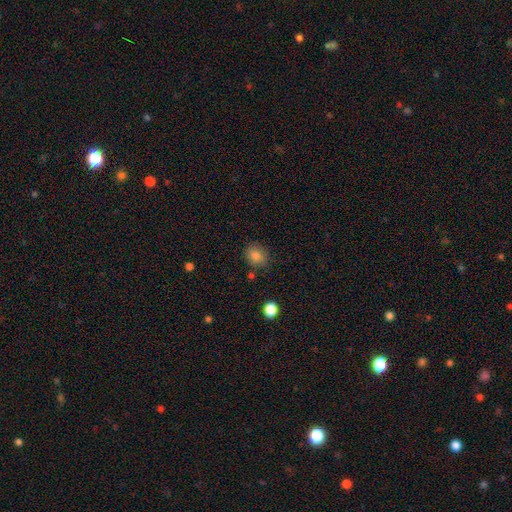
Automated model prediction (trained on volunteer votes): smooth_or_featured: smooth (p=0.83) [alt: star or artifact p=0.11]
how_rounded: round (p=0.60) [alt: in between p=0.39]
merging: none (p=0.80) [alt: minor disturbance p=0.13]